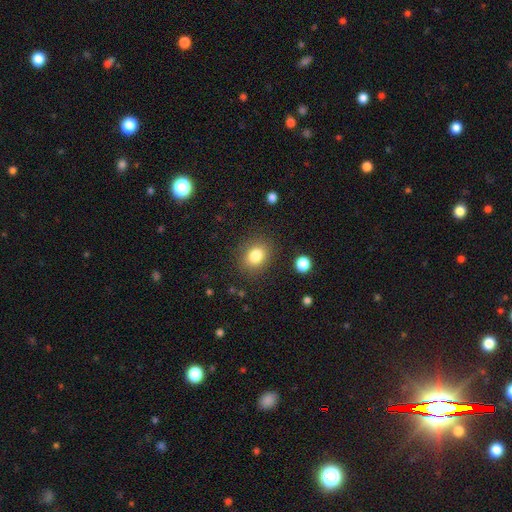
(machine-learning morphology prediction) Q: Smooth or featured?
A: smooth (83%); runner-up: star or artifact (10%)
Q: How rounded?
A: round (58%); runner-up: in between (41%)
Q: Merging?
A: none (84%); runner-up: minor disturbance (10%)